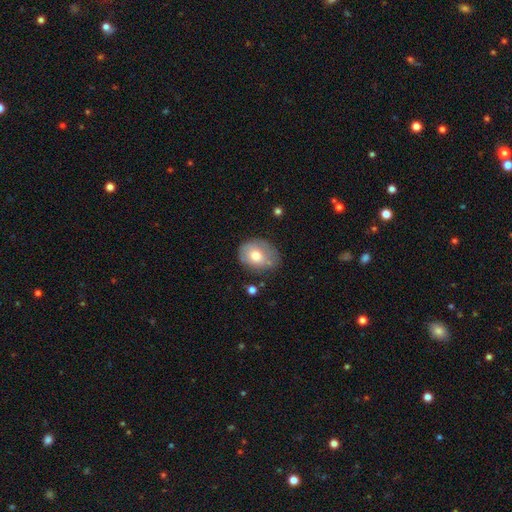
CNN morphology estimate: Overall: smooth (69%). How rounded: round (51%; in between 48%). Merging: none (56%; minor disturbance 29%).